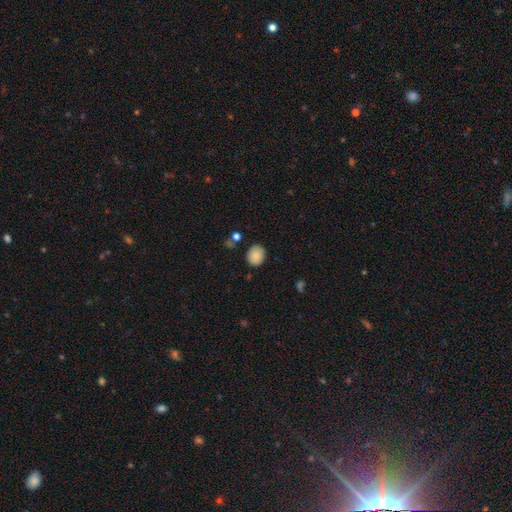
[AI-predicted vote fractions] Smooth or featured?
  - smooth: 86% *
  - star or artifact: 9%
  - featured or disk: 6%
How rounded?
  - round: 72% *
  - in between: 27%
  - cigar-shaped: 1%
Merging?
  - none: 84% *
  - minor disturbance: 11%
  - merger: 3%
  - major disturbance: 2%